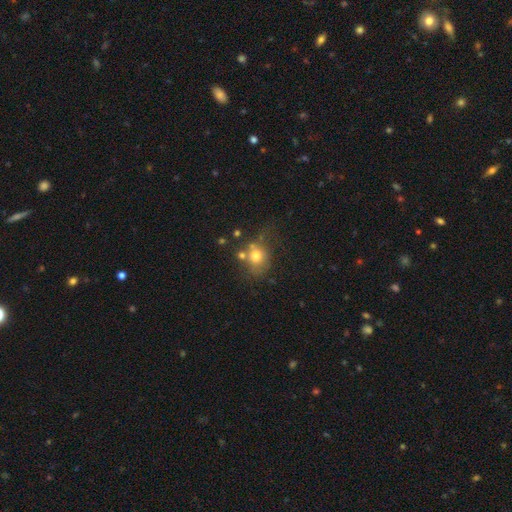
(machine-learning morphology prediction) A smooth galaxy with no disk features (70%) that is round (69%).

Vote fractions:
- Smooth or featured? smooth: 70% / featured or disk: 16% / star or artifact: 13%
- How rounded? round: 69% / in between: 30% / cigar-shaped: 1%
- Merging? none: 47% / minor disturbance: 20% / merger: 19% / major disturbance: 14%